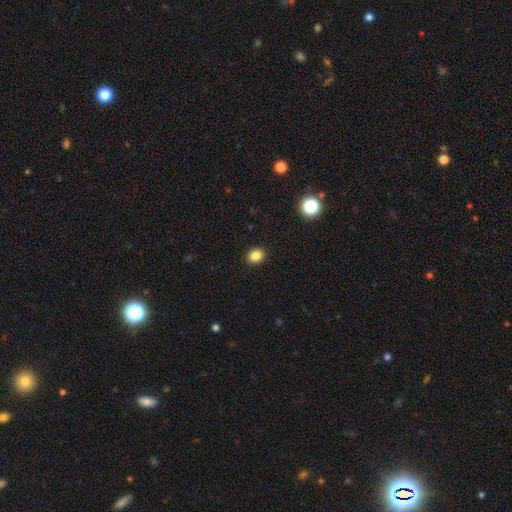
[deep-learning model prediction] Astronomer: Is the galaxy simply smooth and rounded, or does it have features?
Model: smooth — 85%.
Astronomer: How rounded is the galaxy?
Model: round — 57% (runner-up: in between, 42%).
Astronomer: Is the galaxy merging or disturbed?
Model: none — 91%.